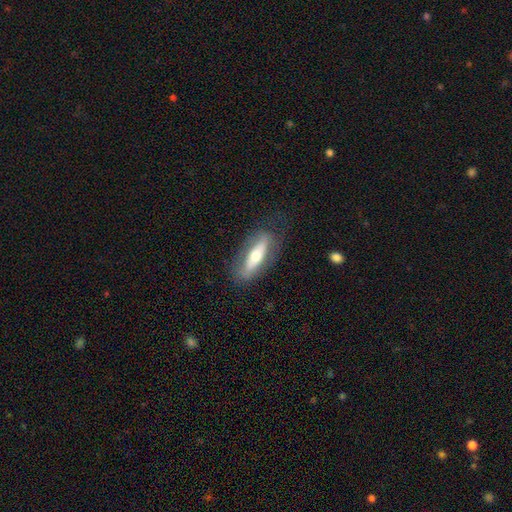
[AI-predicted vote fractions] A smooth galaxy with no disk features (48%).

Vote fractions:
- Smooth or featured? smooth: 48% / featured or disk: 46% / star or artifact: 6%
- Merging? none: 78% / minor disturbance: 15% / major disturbance: 6% / merger: 1%